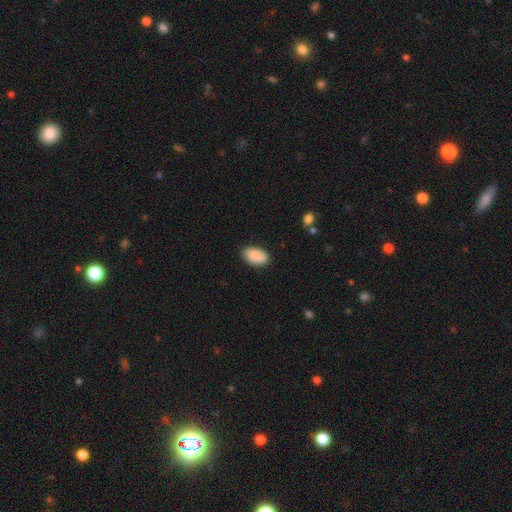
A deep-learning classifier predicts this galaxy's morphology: Smooth or featured? smooth (87%)
How rounded? in between (92%)
Merging? none (79%)